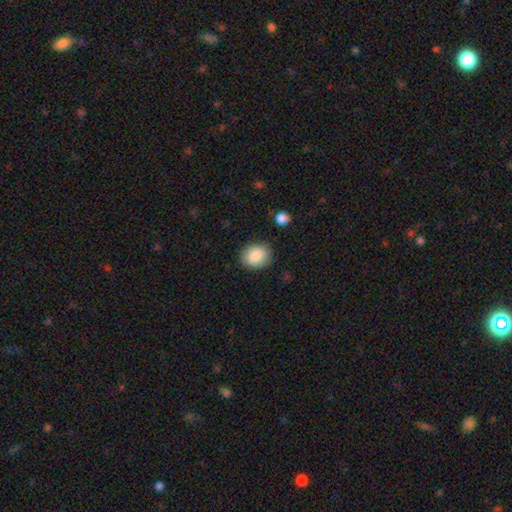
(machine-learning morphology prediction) This appears to be a smooth galaxy with no disk features (88%) that is round (61%). Merging: none (85%).